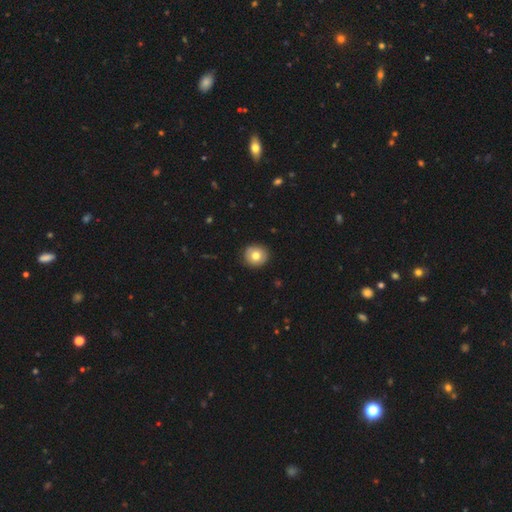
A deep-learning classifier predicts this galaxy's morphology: A smooth galaxy with no disk features (77%) that is round (91%). Merging: none (91%).